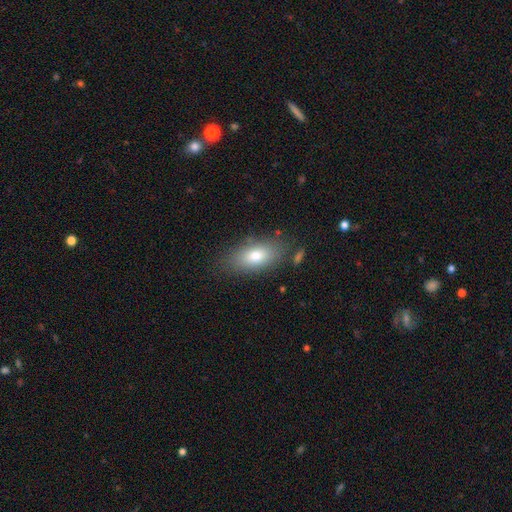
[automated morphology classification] type=smooth (75%); roundness=in between (86%); merging=none (79%).